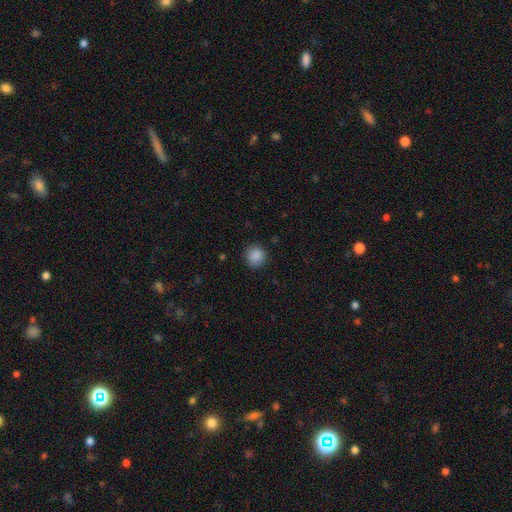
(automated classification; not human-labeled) A smooth galaxy with no disk features (88%) that is round (88%). Merging: none (88%).